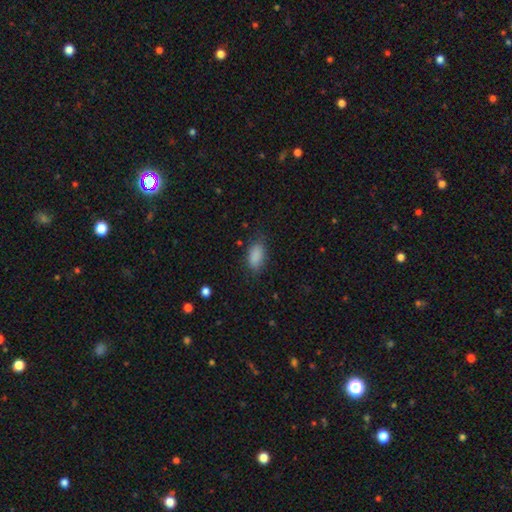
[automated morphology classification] type=smooth (87%); roundness=in between (91%); merging=none (75%).